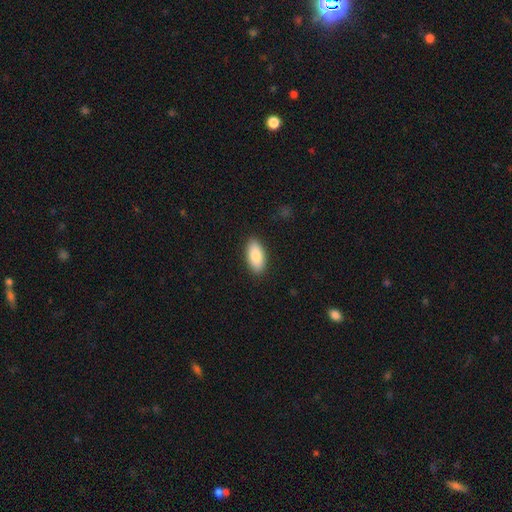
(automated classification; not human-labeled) The model was most divided on "smooth or featured": smooth: 86%, featured or disk: 8%, star or artifact: 6%. More confident: how rounded — in between (91%); merging — none (90%).